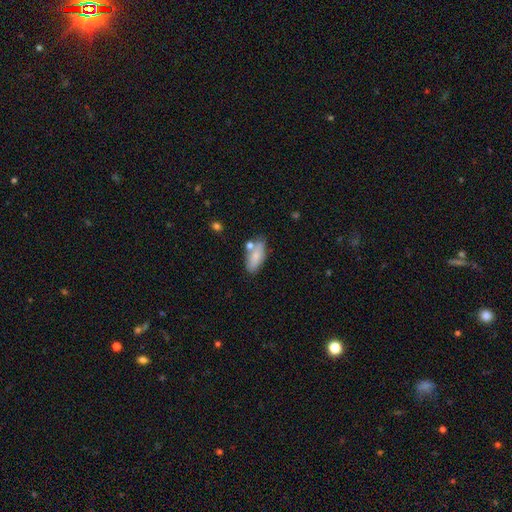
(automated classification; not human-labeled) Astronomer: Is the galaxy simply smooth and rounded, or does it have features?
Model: smooth — 76%.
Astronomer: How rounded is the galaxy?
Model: in between — 81%.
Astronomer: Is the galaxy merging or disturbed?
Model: none — 63%.